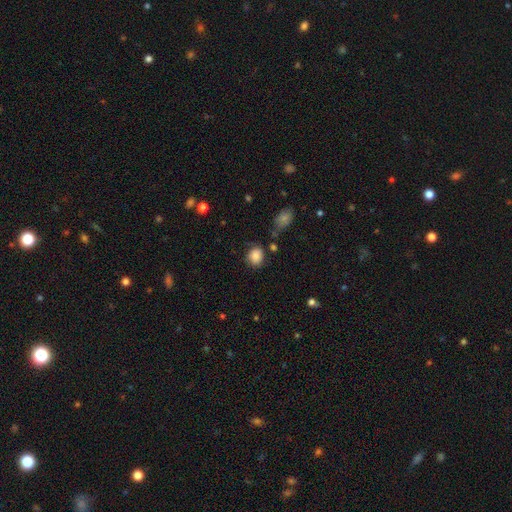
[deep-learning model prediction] smooth 82%, star or artifact 9%, featured or disk 9%. Down the decision tree: how rounded — round (68%); merging — none (70%).